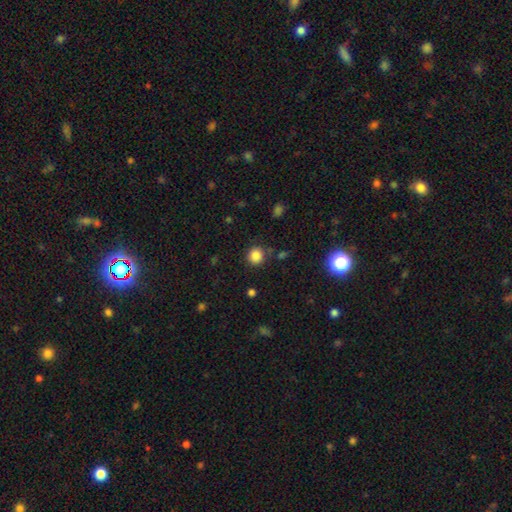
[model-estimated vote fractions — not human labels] Smooth or featured? smooth (85%)
How rounded? round (91%)
Merging? none (85%)